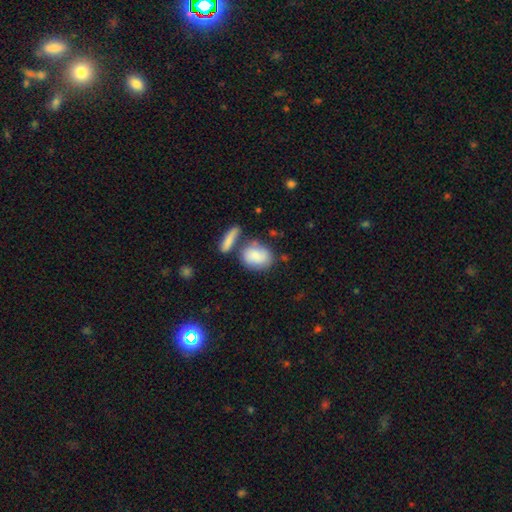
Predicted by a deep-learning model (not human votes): Smooth or featured: smooth — 77% (featured or disk — 17%)
How rounded: in between — 66% (round — 31%)
Merging: none — 46% (merger — 28%)